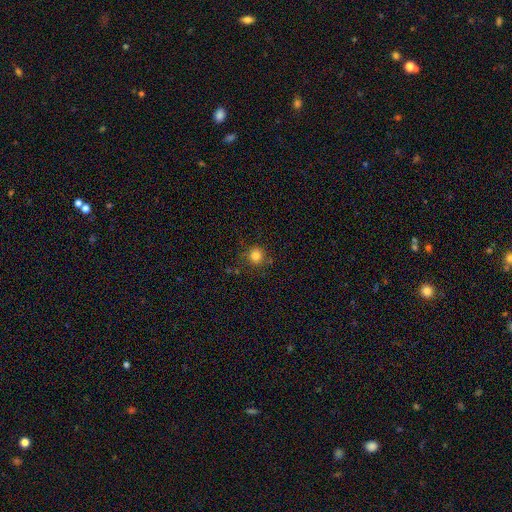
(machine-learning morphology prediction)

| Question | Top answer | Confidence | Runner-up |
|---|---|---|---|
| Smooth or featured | smooth | 82% | star or artifact (13%) |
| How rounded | round | 92% | in between (7%) |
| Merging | none | 80% | minor disturbance (13%) |